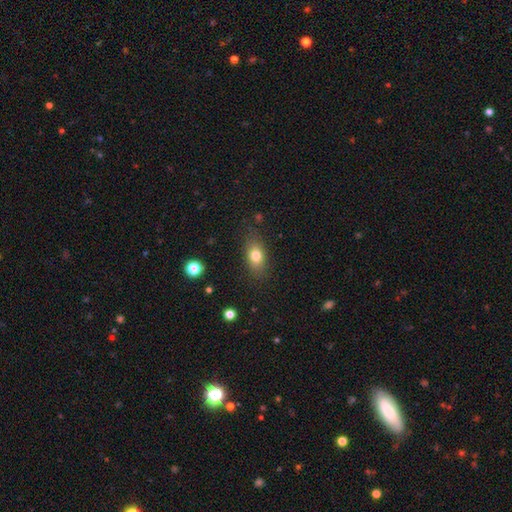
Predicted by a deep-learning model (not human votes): Morphology: type=smooth (78%); roundness=in between (80%); merging=none (81%).